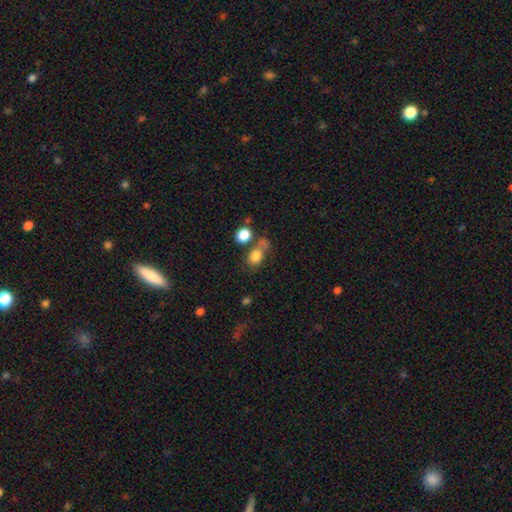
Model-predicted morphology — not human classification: A smooth galaxy with no disk features (80%) that is in between round and cigar-shaped (56%).

Vote fractions:
- Smooth or featured? smooth: 80% / star or artifact: 11% / featured or disk: 9%
- How rounded? in between: 56% / round: 42% / cigar-shaped: 2%
- Merging? none: 45% / merger: 29% / minor disturbance: 16% / major disturbance: 10%